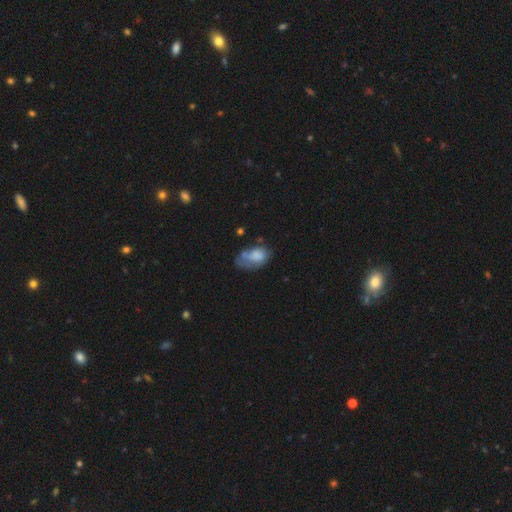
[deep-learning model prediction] A smooth galaxy with no disk features (61%) that is in between round and cigar-shaped (89%). Merging: major disturbance (33%).